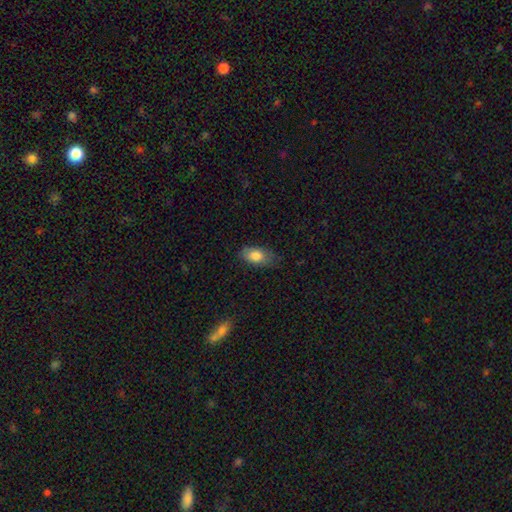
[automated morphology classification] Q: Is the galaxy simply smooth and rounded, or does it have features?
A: smooth — 83%.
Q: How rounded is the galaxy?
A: in between — 90%.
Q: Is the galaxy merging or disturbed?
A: none — 66%.